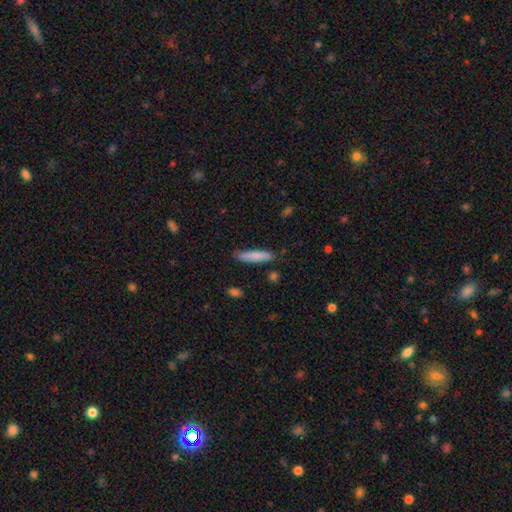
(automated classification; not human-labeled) A smooth galaxy with no disk features (82%) that is cigar-shaped (86%).

Vote fractions:
- Smooth or featured? smooth: 82% / featured or disk: 12% / star or artifact: 6%
- How rounded? cigar-shaped: 86% / in between: 13% / round: 1%
- Merging? none: 85% / minor disturbance: 11% / major disturbance: 2% / merger: 2%